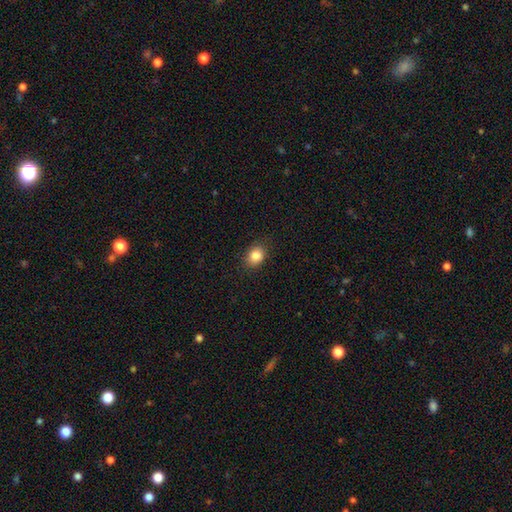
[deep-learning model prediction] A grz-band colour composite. It shows a smooth galaxy with no disk features (85%) that is round (50%). Merging: none (85%).